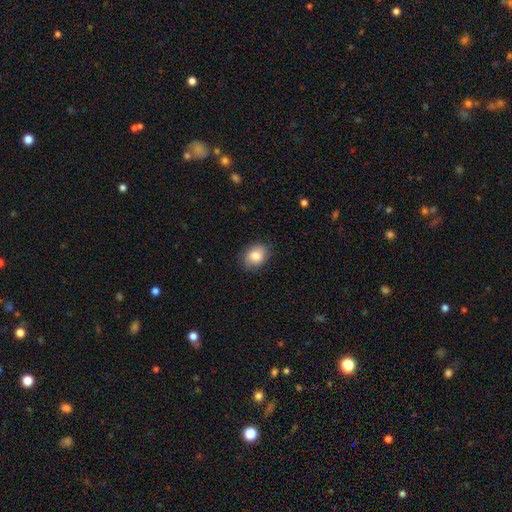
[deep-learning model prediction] Smooth or featured? Predicted: smooth (p=0.82). How rounded? Predicted: in between (p=0.62). Merging? Predicted: none (p=0.83).